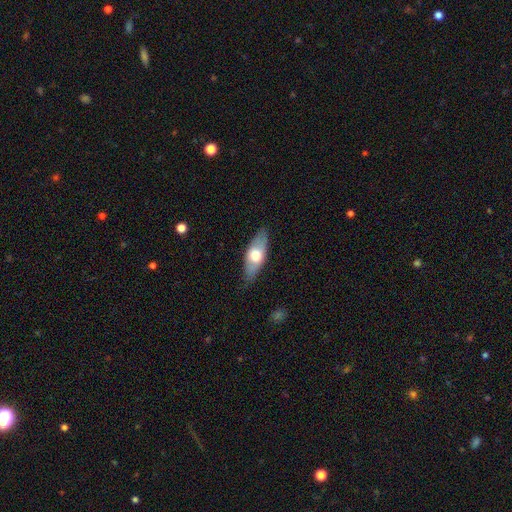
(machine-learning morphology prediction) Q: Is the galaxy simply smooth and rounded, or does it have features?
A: smooth — 56%.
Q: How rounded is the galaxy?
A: in between — 75%.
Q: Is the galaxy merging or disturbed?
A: none — 80%.